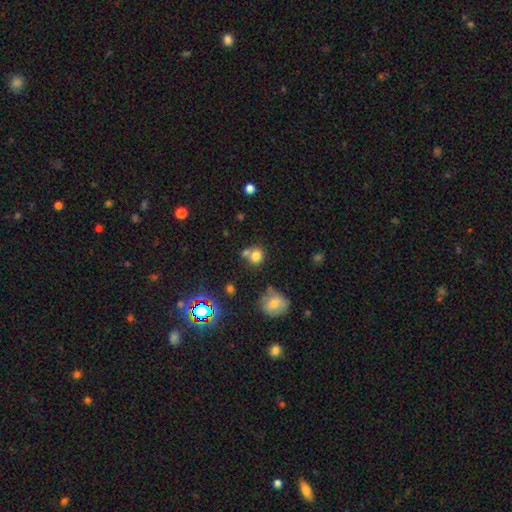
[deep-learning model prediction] Smooth or featured: smooth — 77% (star or artifact — 14%)
How rounded: round — 76% (in between — 23%)
Merging: none — 53% (merger — 32%)